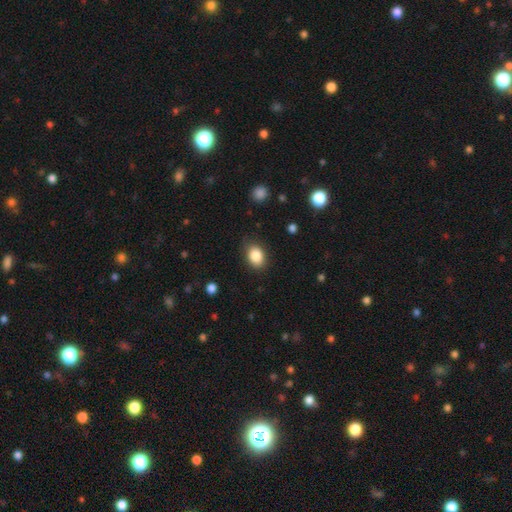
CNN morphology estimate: smooth-or-featured: smooth: 86% | star or artifact: 8% | featured or disk: 6%
  how-rounded: in between: 71% | round: 28% | cigar-shaped: 1%
  merging: none: 81% | minor disturbance: 15% | major disturbance: 4% | merger: 1%